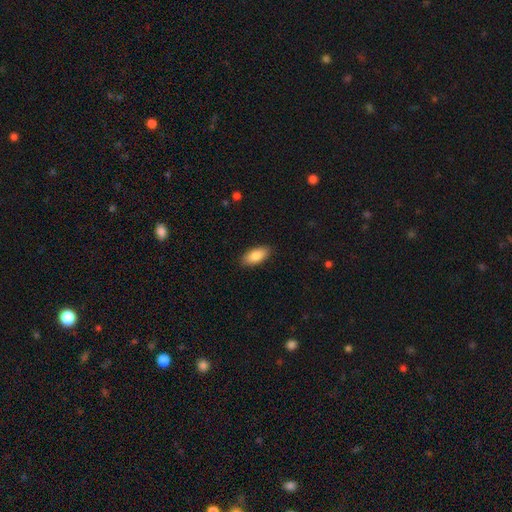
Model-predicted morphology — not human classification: A smooth galaxy with no disk features (85%) that is in between round and cigar-shaped (90%).

Vote fractions:
- Smooth or featured? smooth: 85% / featured or disk: 9% / star or artifact: 6%
- How rounded? in between: 90% / cigar-shaped: 8% / round: 2%
- Merging? none: 89% / minor disturbance: 8% / major disturbance: 2% / merger: 1%